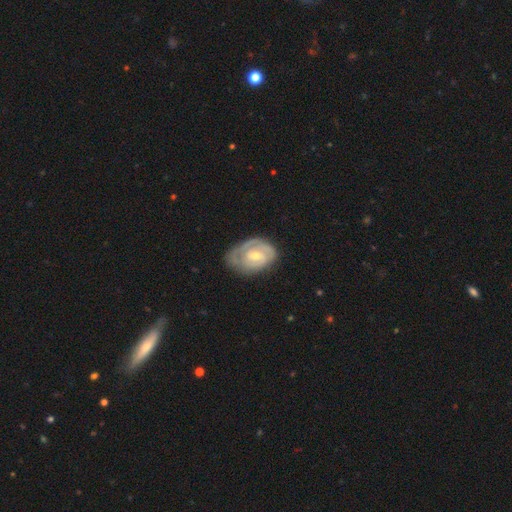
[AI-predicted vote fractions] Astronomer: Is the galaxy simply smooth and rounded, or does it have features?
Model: featured or disk — 70%.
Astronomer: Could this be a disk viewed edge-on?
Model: no — 97%.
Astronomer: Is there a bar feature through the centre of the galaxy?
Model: no — 60%.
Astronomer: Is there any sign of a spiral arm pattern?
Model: yes — 80%.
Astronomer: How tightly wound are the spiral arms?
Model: tight — 65%.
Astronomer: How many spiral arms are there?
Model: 2 — 32% (runner-up: can't tell, 30%).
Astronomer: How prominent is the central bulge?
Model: small — 55% (runner-up: moderate, 40%).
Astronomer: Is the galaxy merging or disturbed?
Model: none — 56%.